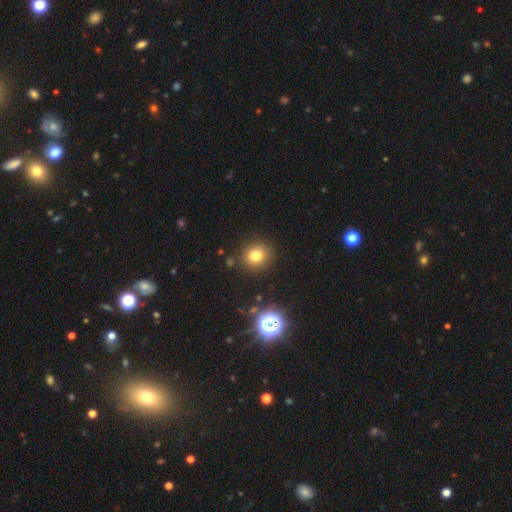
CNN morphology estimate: This appears to be a smooth galaxy with no disk features (77%) that is round (87%). Merging: none (88%).